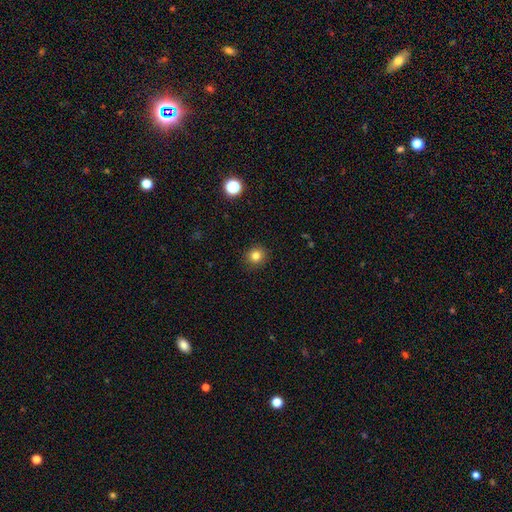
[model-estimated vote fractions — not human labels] Morphology: type=smooth (81%); roundness=round (89%); merging=none (91%).